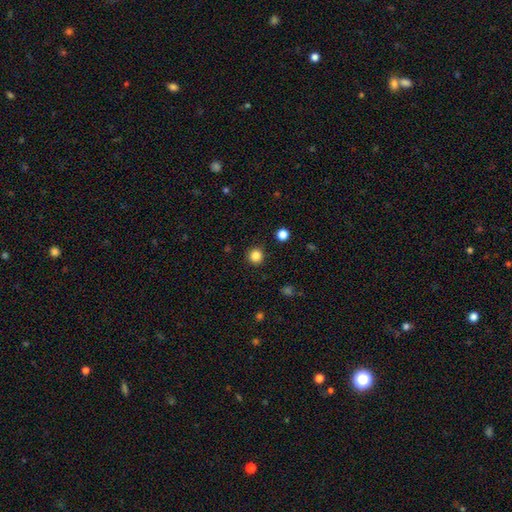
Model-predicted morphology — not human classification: Smooth or featured? Predicted: smooth (p=0.85). How rounded? Predicted: round (p=0.95). Merging? Predicted: none (p=0.92).